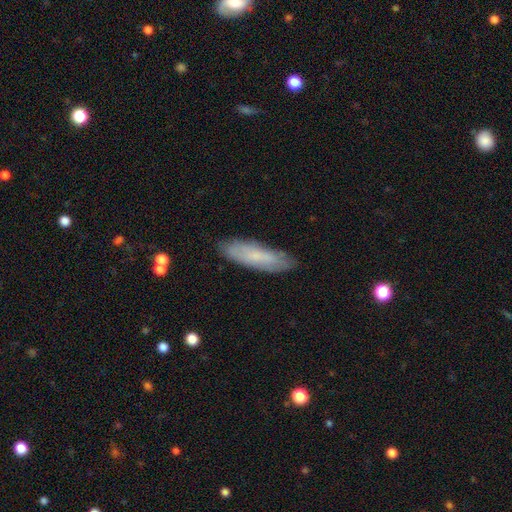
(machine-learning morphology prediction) Smooth or featured: smooth — 66% (featured or disk — 26%)
How rounded: cigar-shaped — 59% (in between — 39%)
Merging: none — 84% (minor disturbance — 12%)